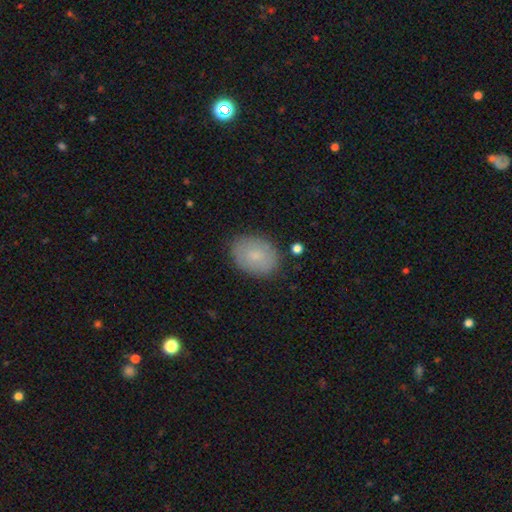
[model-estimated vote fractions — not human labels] A smooth galaxy with no disk features (76%) that is in between round and cigar-shaped (69%).

Vote fractions:
- Smooth or featured? smooth: 76% / featured or disk: 16% / star or artifact: 8%
- How rounded? in between: 69% / round: 30% / cigar-shaped: 1%
- Merging? none: 82% / minor disturbance: 13% / major disturbance: 3% / merger: 2%